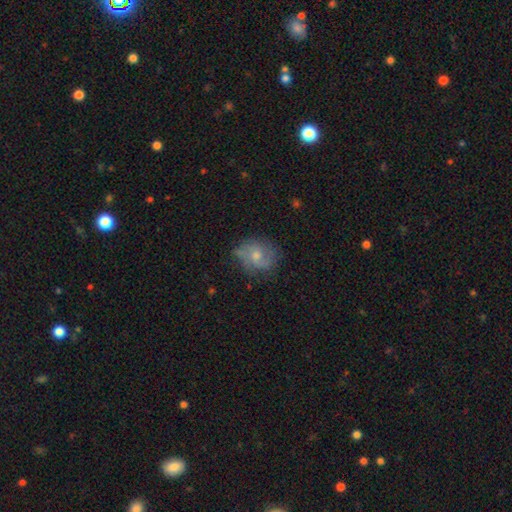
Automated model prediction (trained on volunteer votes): Q: Smooth or featured?
A: featured or disk (46%); runner-up: smooth (45%)
Q: Merging?
A: none (60%); runner-up: minor disturbance (27%)